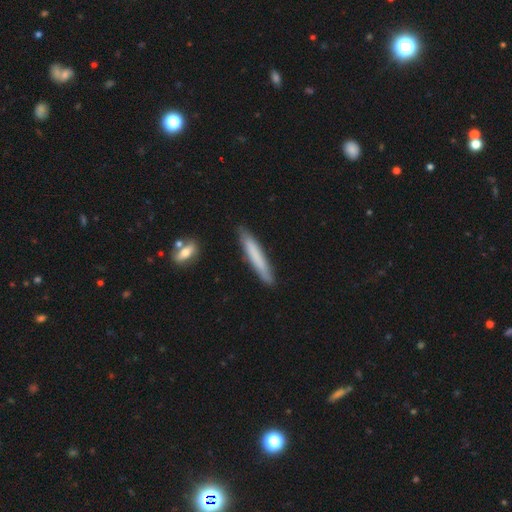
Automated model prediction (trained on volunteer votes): Smooth or featured? smooth (68%)
How rounded? cigar-shaped (94%)
Merging? none (85%)